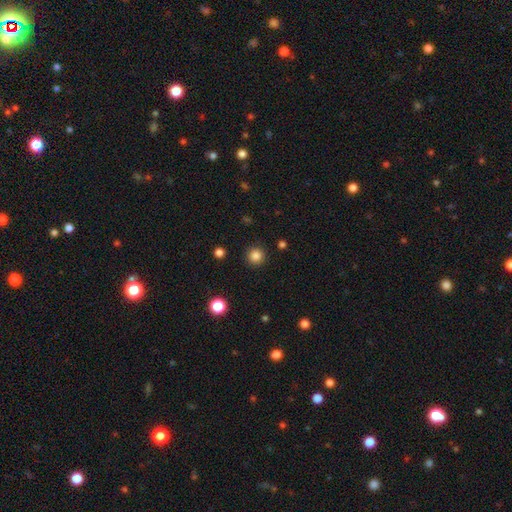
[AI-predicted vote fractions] The model was most divided on "smooth or featured": smooth: 84%, star or artifact: 12%, featured or disk: 4%. More confident: how rounded — round (96%); merging — none (92%).